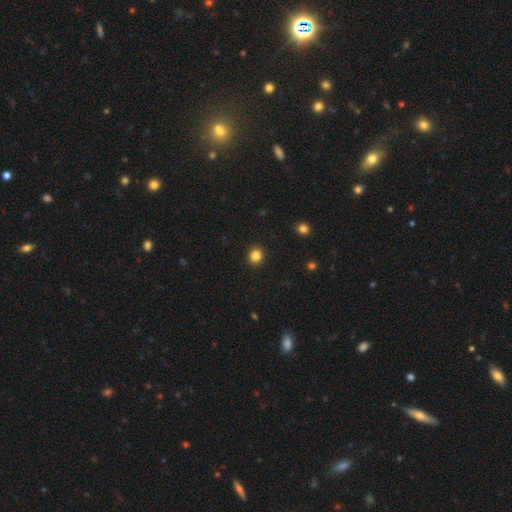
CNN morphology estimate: A smooth galaxy with no disk features (85%) that is round (77%).

Vote fractions:
- Smooth or featured? smooth: 85% / star or artifact: 11% / featured or disk: 4%
- How rounded? round: 77% / in between: 22% / cigar-shaped: 1%
- Merging? none: 92% / minor disturbance: 5% / major disturbance: 2% / merger: 1%